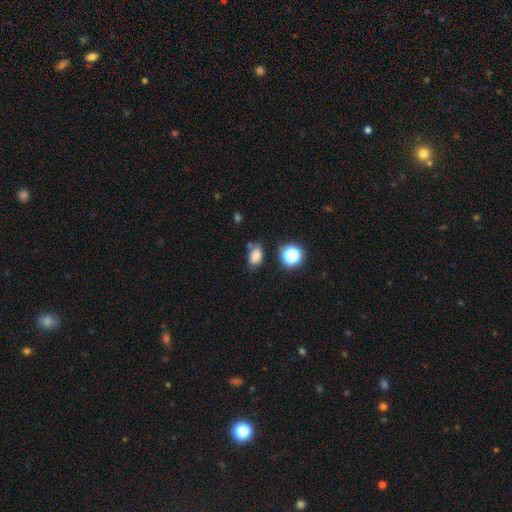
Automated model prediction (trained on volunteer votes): smooth-or-featured: smooth: 81% | star or artifact: 13% | featured or disk: 6%
  how-rounded: in between: 80% | round: 18% | cigar-shaped: 2%
  merging: none: 68% | minor disturbance: 20% | merger: 7% | major disturbance: 5%